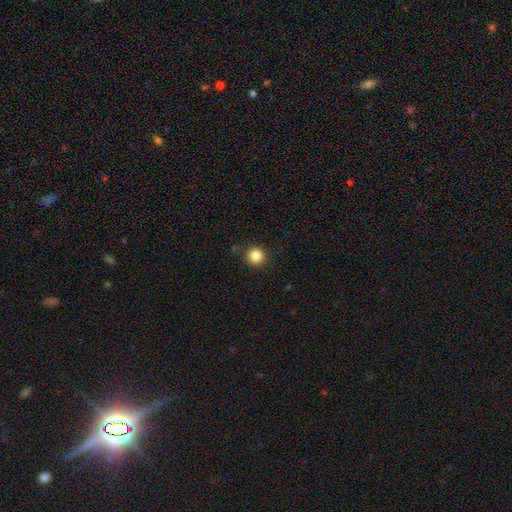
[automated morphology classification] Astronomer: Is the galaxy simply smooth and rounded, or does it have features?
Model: smooth — 85%.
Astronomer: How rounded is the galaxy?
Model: round — 95%.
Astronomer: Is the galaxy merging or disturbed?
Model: none — 88%.